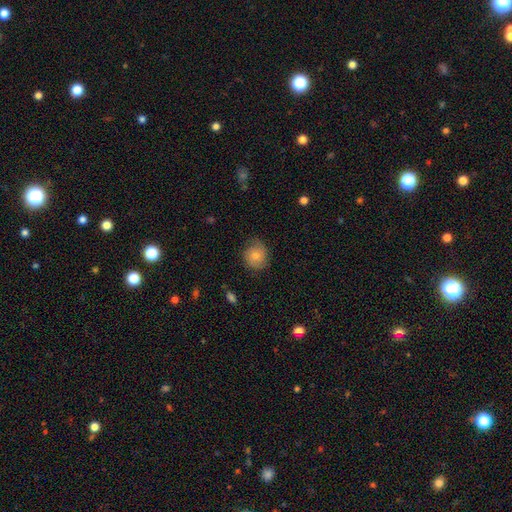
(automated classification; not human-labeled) Morphology: type=smooth (69%); roundness=round (83%); merging=none (74%).